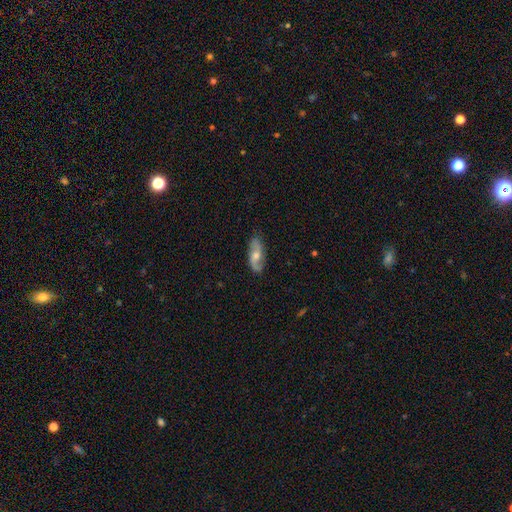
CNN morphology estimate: The model was most divided on "bar": no: 61%, weak: 31%, strong: 8%. More confident: spiral arms — yes (87%); edge-on disk — no (87%); merging — none (81%); bulge size — moderate (66%); smooth or featured — featured or disk (66%).